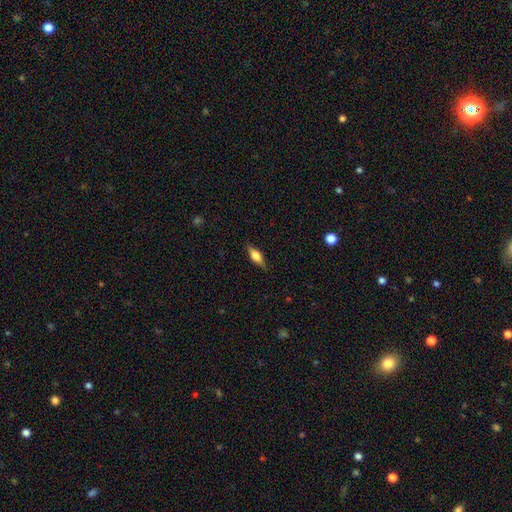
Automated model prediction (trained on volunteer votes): This is possibly a smooth galaxy (48%). Merging: clearly none (85%).